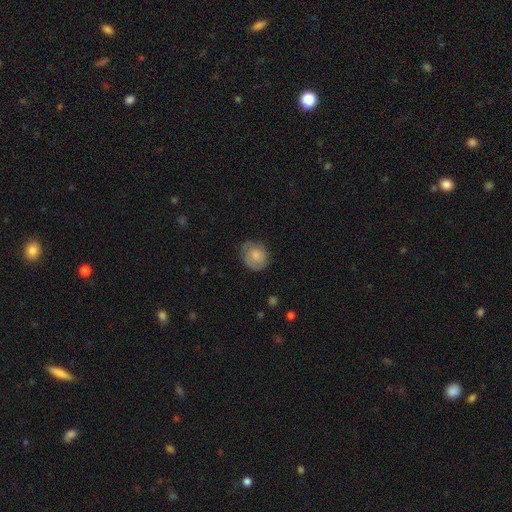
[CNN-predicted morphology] A smooth galaxy with no disk features (76%) that is round (69%). Merging: none (63%).